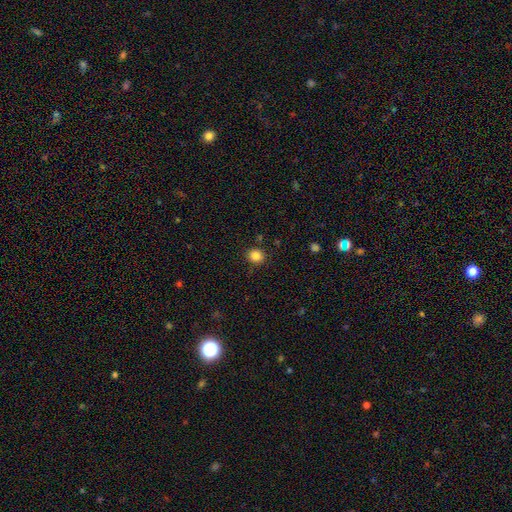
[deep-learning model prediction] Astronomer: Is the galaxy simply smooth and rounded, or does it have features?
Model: smooth — 85%.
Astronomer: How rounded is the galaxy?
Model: round — 84%.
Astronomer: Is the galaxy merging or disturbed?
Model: none — 87%.